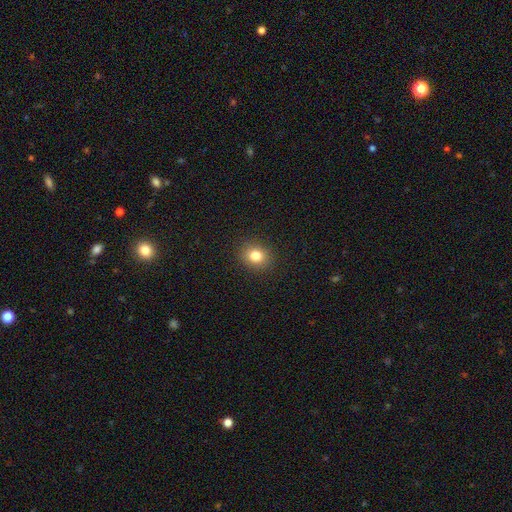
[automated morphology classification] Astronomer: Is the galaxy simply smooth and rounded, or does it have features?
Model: smooth — 81%.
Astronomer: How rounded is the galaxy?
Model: round — 68%.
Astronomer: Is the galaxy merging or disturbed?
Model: none — 90%.